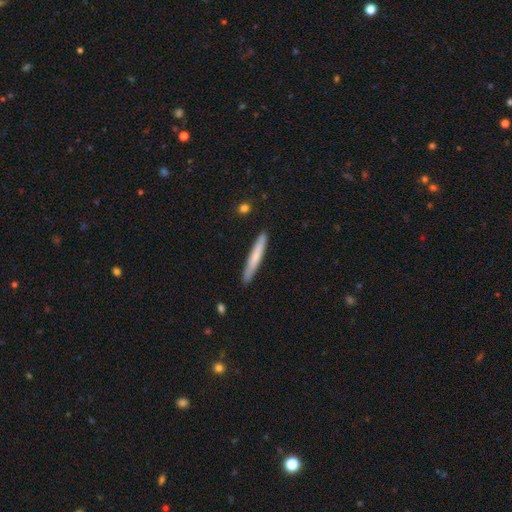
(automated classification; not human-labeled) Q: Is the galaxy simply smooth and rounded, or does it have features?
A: smooth — 69%.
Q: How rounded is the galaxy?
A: cigar-shaped — 96%.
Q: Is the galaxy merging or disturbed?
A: none — 89%.